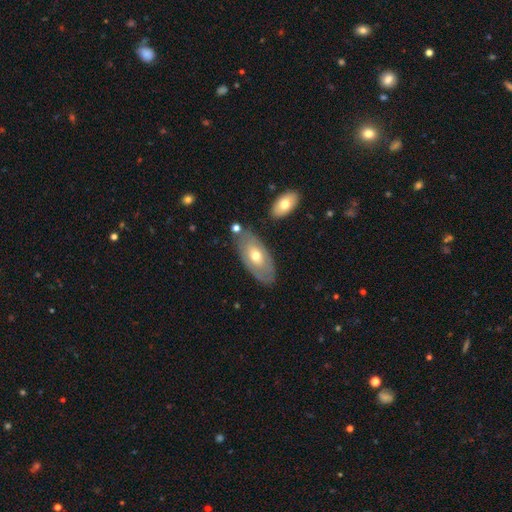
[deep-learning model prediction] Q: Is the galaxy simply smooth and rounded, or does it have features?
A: smooth — 50%.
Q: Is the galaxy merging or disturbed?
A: none — 73%.